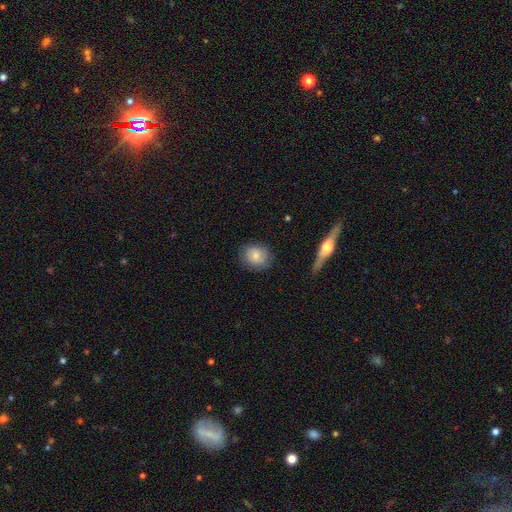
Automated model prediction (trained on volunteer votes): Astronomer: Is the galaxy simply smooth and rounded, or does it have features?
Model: smooth — 79%.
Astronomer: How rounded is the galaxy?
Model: round — 70%.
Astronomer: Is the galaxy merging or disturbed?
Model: none — 81%.